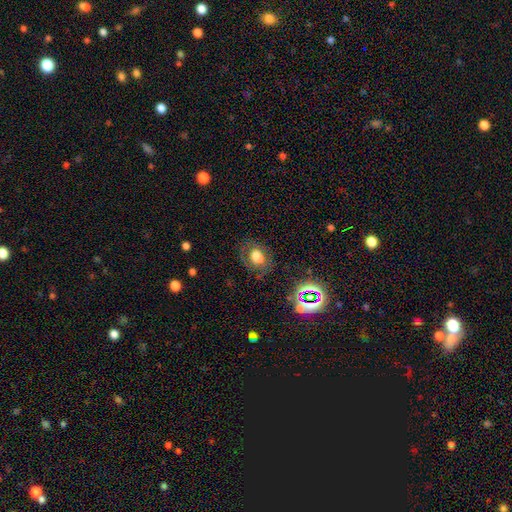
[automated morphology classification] smooth-or-featured: smooth: 55% | featured or disk: 28% | star or artifact: 16%
  how-rounded: in between: 63% | round: 36% | cigar-shaped: 1%
  merging: none: 68% | minor disturbance: 18% | major disturbance: 12% | merger: 2%